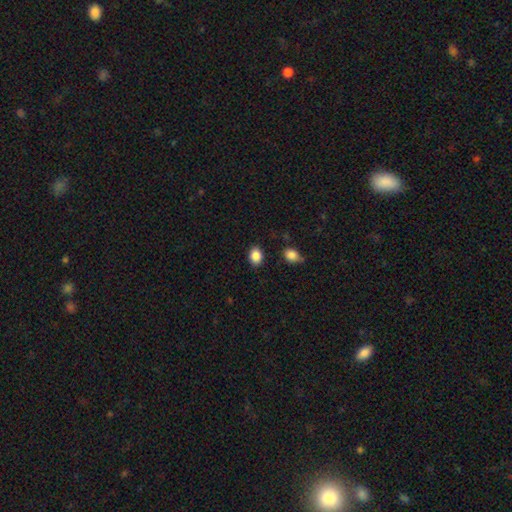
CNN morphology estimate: This appears to be a smooth galaxy with no disk features (88%) that is in between round and cigar-shaped (62%). Merging: none (86%).